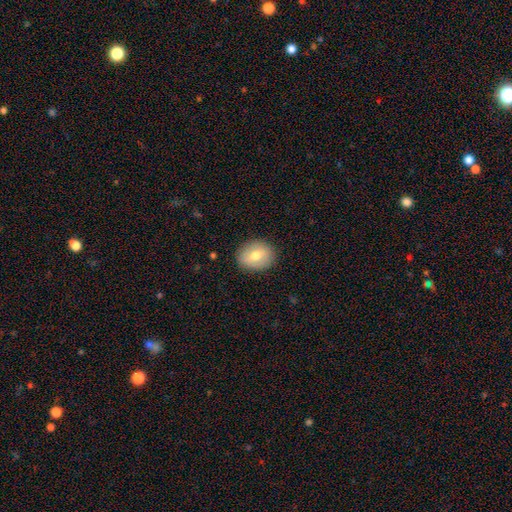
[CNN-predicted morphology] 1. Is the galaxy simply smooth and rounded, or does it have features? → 68% smooth, 25% featured or disk, 7% star or artifact.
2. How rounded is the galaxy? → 52% round, 47% in between, 1% cigar-shaped.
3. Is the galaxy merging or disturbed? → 87% none, 9% minor disturbance, 3% major disturbance, 1% merger.